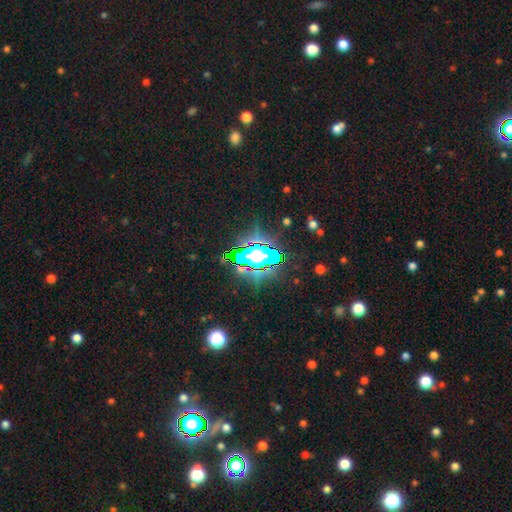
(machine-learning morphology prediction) smooth-or-featured: star or artifact: 67% | smooth: 19% | featured or disk: 14%